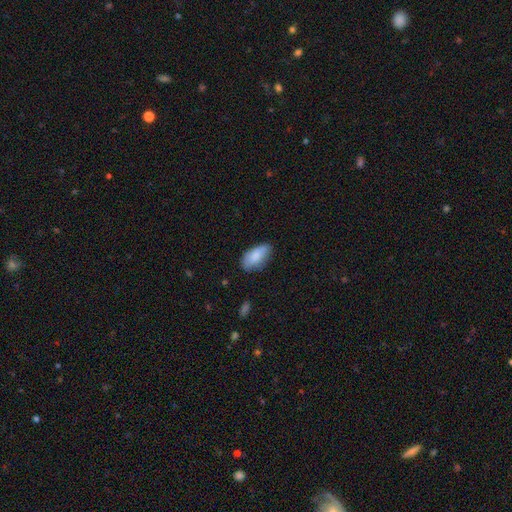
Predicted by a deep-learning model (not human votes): Overall: smooth (83%). How rounded: in between (92%). Merging: none (66%; minor disturbance 27%).